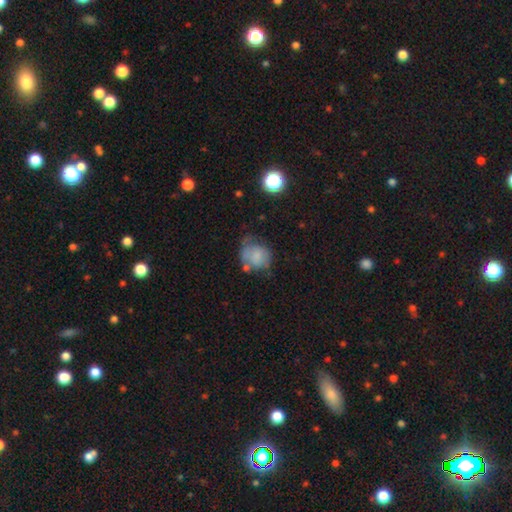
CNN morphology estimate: The model was most divided on "merging": none: 37%, minor disturbance: 31%, major disturbance: 21%, merger: 11%. More confident: smooth or featured — smooth (66%); how rounded — round (65%).